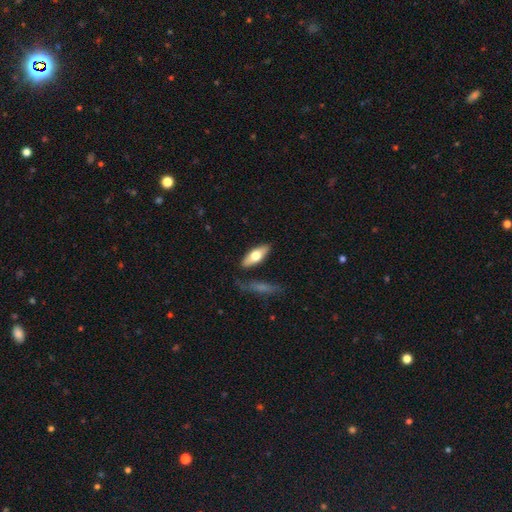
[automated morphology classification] Smooth or featured: smooth — 63% (featured or disk — 31%)
How rounded: in between — 71% (cigar-shaped — 26%)
Merging: none — 79% (minor disturbance — 13%)